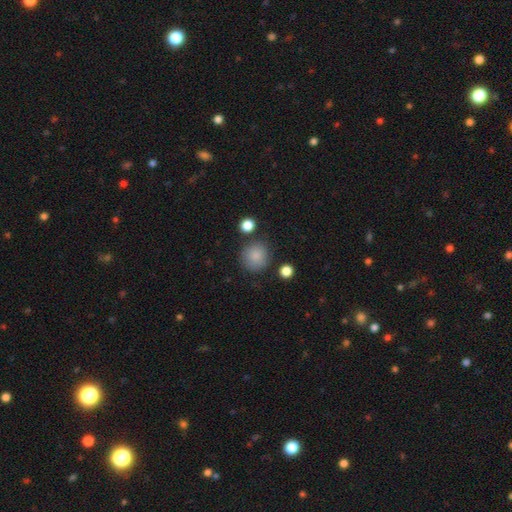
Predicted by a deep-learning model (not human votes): Smooth or featured? smooth (85%)
How rounded? round (92%)
Merging? none (82%)